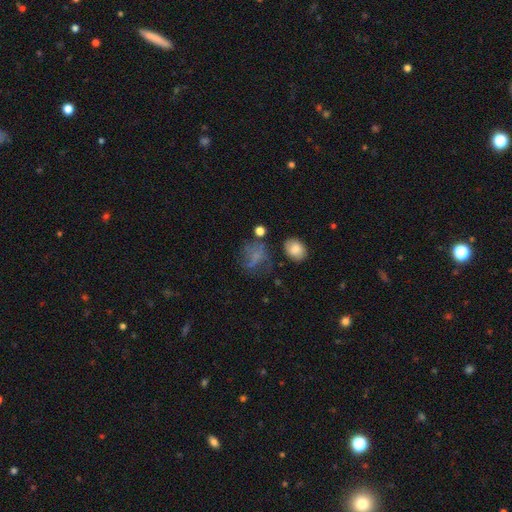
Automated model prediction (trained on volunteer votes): smooth_or_featured: smooth (p=0.54) [alt: featured or disk p=0.26]
how_rounded: in between (p=0.49) [alt: round p=0.48]
merging: none (p=0.42) [alt: major disturbance p=0.30]